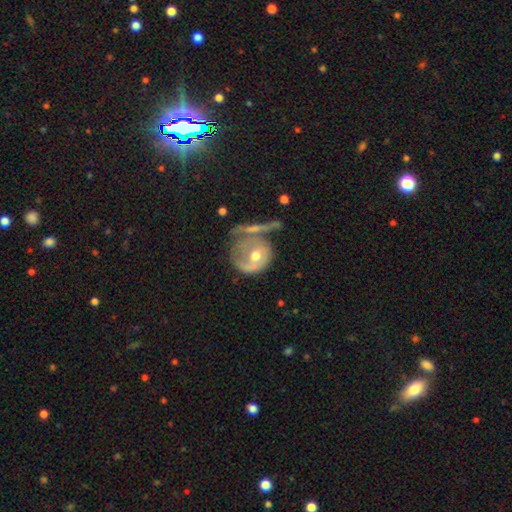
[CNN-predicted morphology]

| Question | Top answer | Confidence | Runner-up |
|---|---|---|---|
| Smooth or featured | featured or disk | 60% | smooth (33%) |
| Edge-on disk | no | 94% | yes (6%) |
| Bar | no | 74% | weak (20%) |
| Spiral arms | yes | 53% | no (47%) |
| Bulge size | moderate | 71% | small (20%) |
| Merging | none | 34% | major disturbance (27%) |